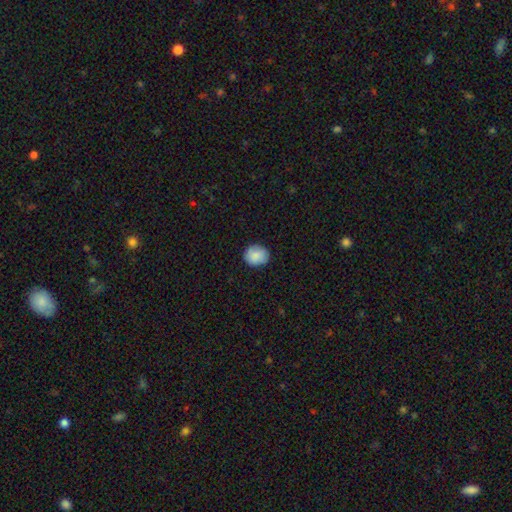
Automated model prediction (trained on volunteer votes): smooth_or_featured: smooth (p=0.87) [alt: star or artifact p=0.07]
how_rounded: round (p=0.74) [alt: in between p=0.25]
merging: none (p=0.86) [alt: minor disturbance p=0.10]